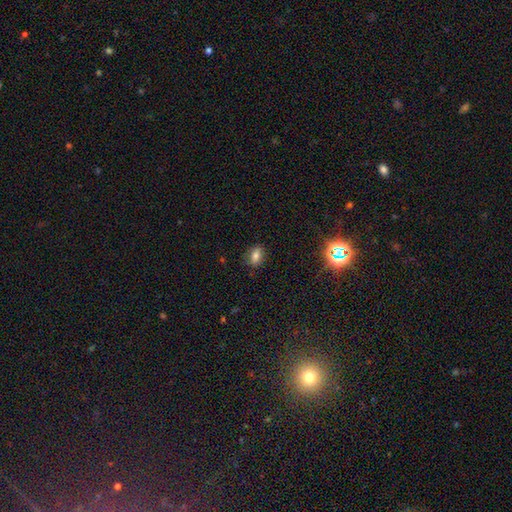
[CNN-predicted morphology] A smooth galaxy with no disk features (76%) that is in between round and cigar-shaped (80%). Merging: none (85%).